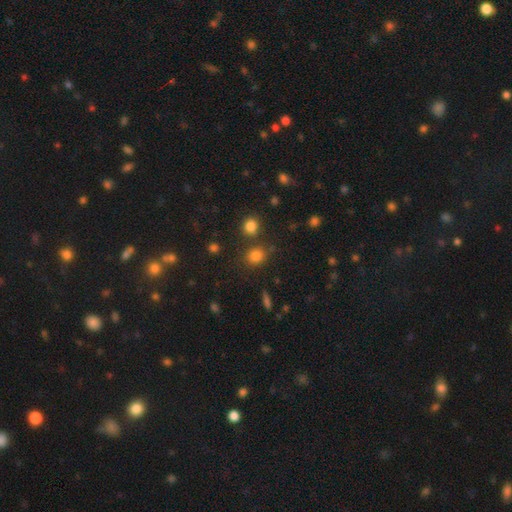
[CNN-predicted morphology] A smooth galaxy with no disk features (80%) that is round (74%). Merging: none (72%).